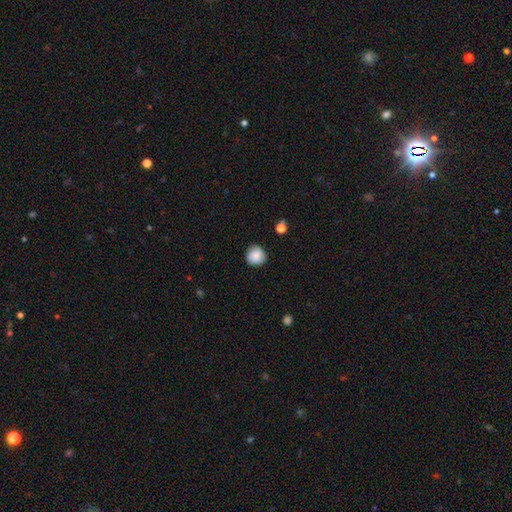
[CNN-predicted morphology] The model was most divided on "merging": none: 85%, minor disturbance: 11%, major disturbance: 2%, merger: 1%. More confident: how rounded — round (91%); smooth or featured — smooth (84%).